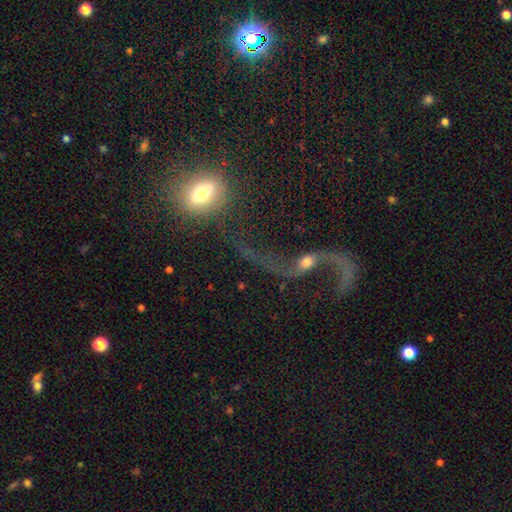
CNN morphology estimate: This appears to be a featured or disk galaxy (70%) with no bar (48%), 2 (84%) loose (90%) spiral arms (82%) and a small central bulge (51%). Merging: none (48%).